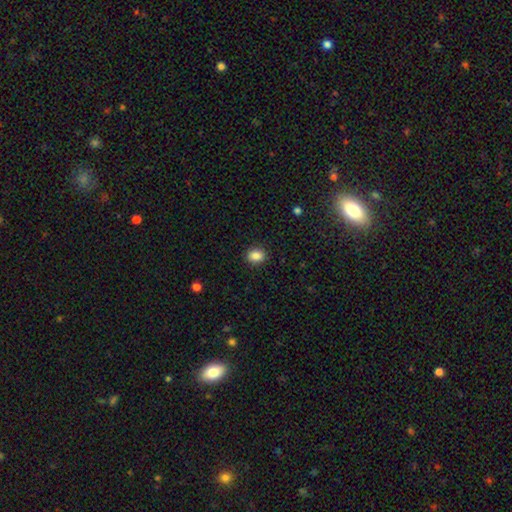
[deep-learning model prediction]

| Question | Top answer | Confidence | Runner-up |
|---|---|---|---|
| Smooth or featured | smooth | 87% | star or artifact (9%) |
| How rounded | in between | 50% | round (49%) |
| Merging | none | 90% | minor disturbance (7%) |